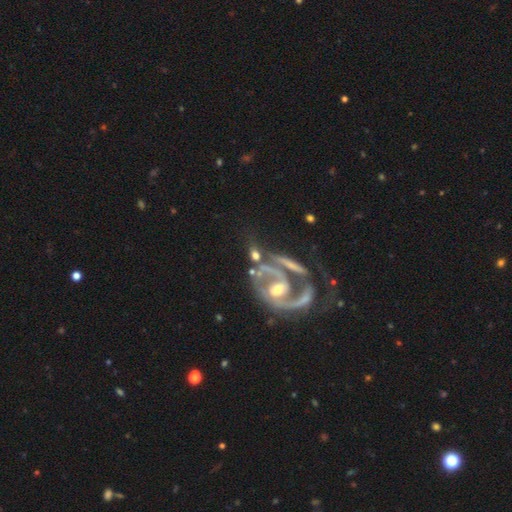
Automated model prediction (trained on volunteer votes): A featured or disk galaxy (62%) with no bar (46%), spiral arms (80%) and a moderate central bulge (54%).

Vote fractions:
- Smooth or featured? featured or disk: 62% / smooth: 29% / star or artifact: 9%
- Edge-on disk? no: 93% / yes: 7%
- Bar? no: 46% / weak: 34% / strong: 20%
- Spiral arms? yes: 80% / no: 20%
- Bulge size? moderate: 54% / small: 32% / large: 7% / none: 4% / dominant: 2%
- Merging? none: 38% / merger: 30% / minor disturbance: 16% / major disturbance: 16%